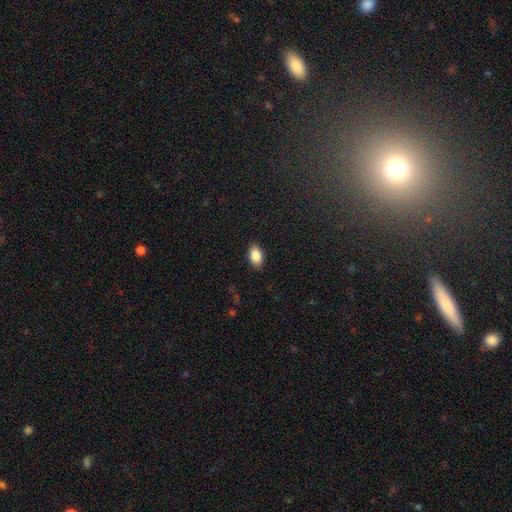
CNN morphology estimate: Smooth or featured? smooth (87%)
How rounded? in between (90%)
Merging? none (88%)